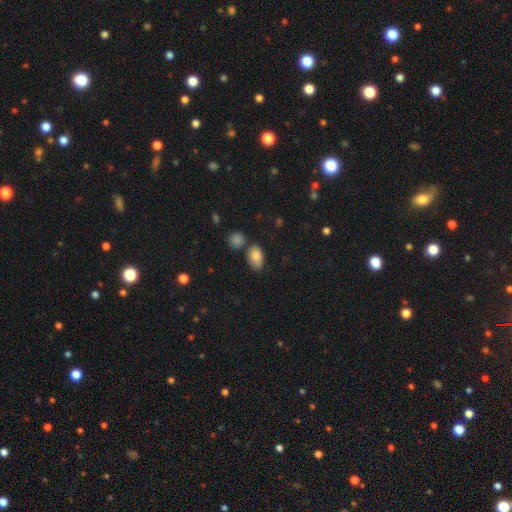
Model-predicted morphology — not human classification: A smooth galaxy with no disk features (84%) that is in between round and cigar-shaped (90%).

Vote fractions:
- Smooth or featured? smooth: 84% / star or artifact: 8% / featured or disk: 8%
- How rounded? in between: 90% / round: 8% / cigar-shaped: 2%
- Merging? none: 62% / minor disturbance: 22% / merger: 11% / major disturbance: 5%